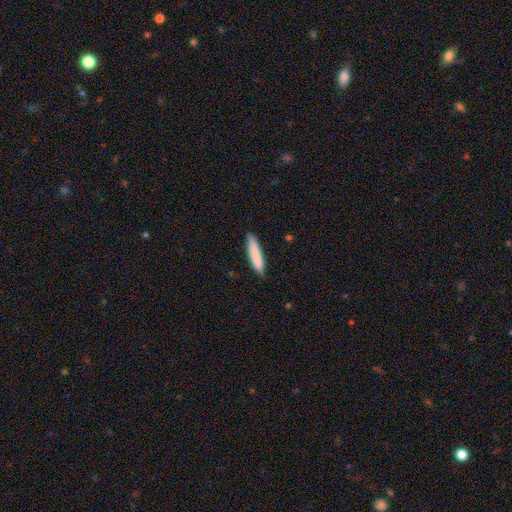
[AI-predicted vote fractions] A smooth galaxy with no disk features (82%) that is cigar-shaped (81%).

Vote fractions:
- Smooth or featured? smooth: 82% / featured or disk: 12% / star or artifact: 6%
- How rounded? cigar-shaped: 81% / in between: 18% / round: 1%
- Merging? none: 84% / minor disturbance: 13% / major disturbance: 2% / merger: 1%